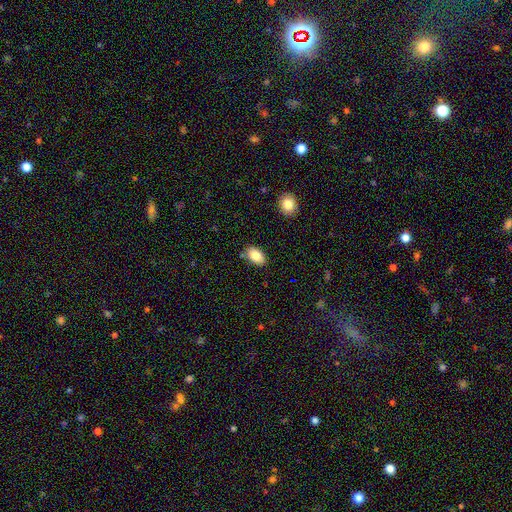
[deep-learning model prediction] Morphology: type=smooth (84%); roundness=in between (91%); merging=none (82%).